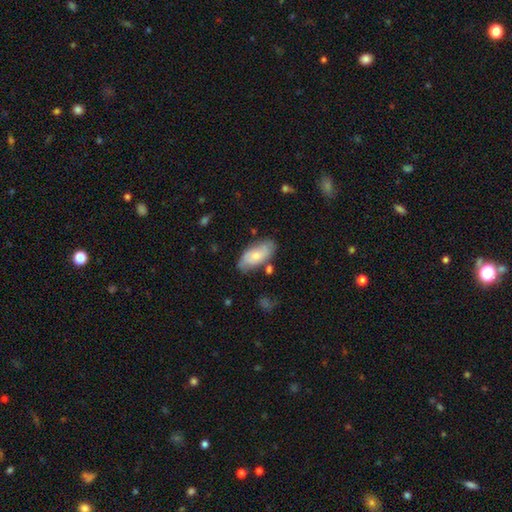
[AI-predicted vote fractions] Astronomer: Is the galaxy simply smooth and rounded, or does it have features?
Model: smooth — 64%.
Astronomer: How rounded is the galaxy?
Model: in between — 89%.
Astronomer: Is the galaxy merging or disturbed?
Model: none — 69%.